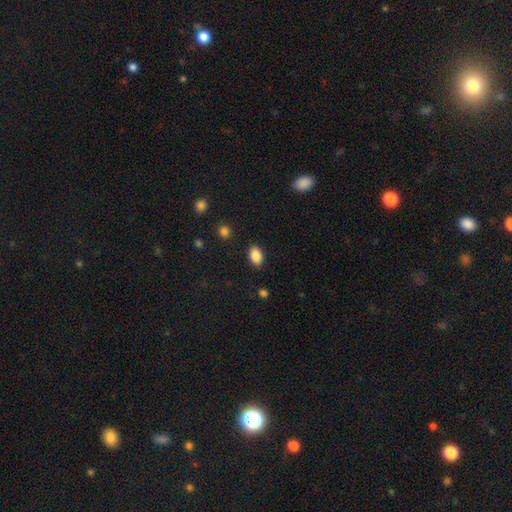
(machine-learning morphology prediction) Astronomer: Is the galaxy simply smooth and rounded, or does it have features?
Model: smooth — 88%.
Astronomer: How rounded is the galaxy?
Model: in between — 85%.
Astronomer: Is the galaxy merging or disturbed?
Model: none — 87%.